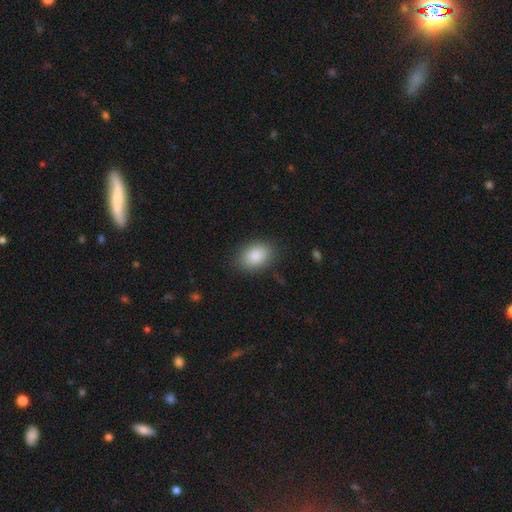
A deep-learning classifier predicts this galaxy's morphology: Smooth or featured: smooth — 86% (star or artifact — 8%)
How rounded: in between — 76% (round — 23%)
Merging: none — 85% (minor disturbance — 11%)